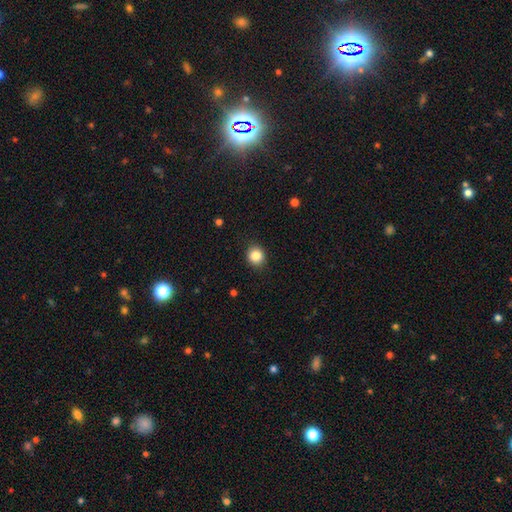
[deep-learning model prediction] Q: Smooth or featured?
A: smooth (85%); runner-up: star or artifact (10%)
Q: How rounded?
A: round (78%); runner-up: in between (21%)
Q: Merging?
A: none (88%); runner-up: minor disturbance (9%)